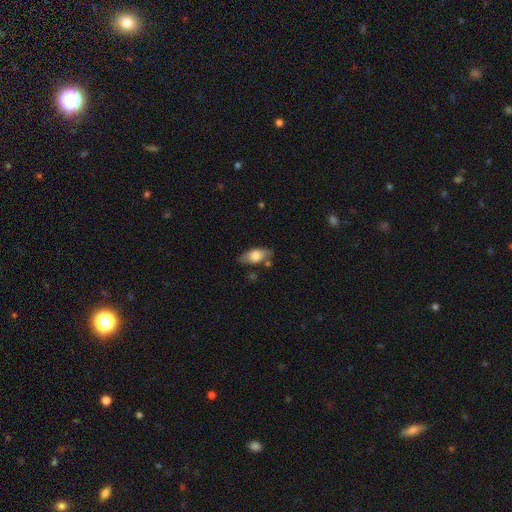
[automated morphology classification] type=smooth (67%); roundness=in between (86%); merging=none (73%).